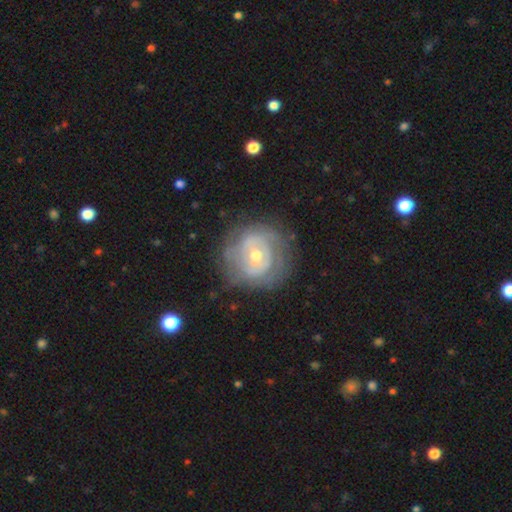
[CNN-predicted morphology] The model was most divided on "bulge size": moderate: 57%, small: 38%, large: 3%, none: 1%, dominant: 1%. Remaining: edge-on disk — no (97%); smooth or featured — featured or disk (74%); merging — none (73%); spiral arms — yes (72%); spiral winding — tight (70%); bar — no (66%); spiral arm count — can't tell (48%).